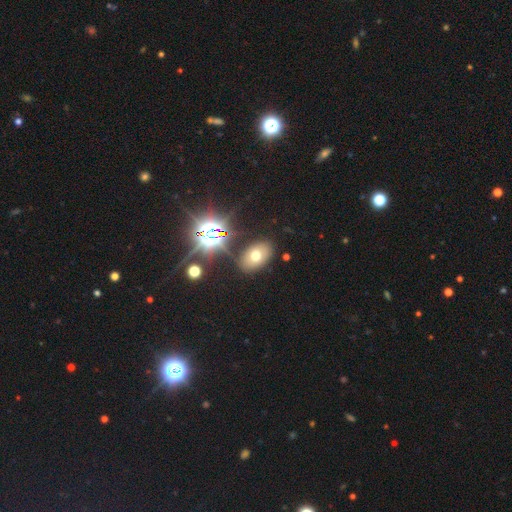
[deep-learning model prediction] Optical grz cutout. It shows a smooth galaxy with no disk features (58%) that is in between round and cigar-shaped (83%). Merging: none (83%).